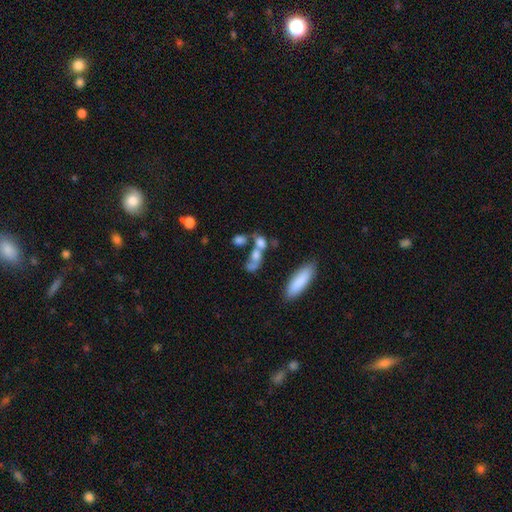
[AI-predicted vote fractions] Smooth or featured?
  - smooth: 64% *
  - featured or disk: 24%
  - star or artifact: 12%
How rounded?
  - in between: 66% *
  - round: 19%
  - cigar-shaped: 15%
Merging?
  - merger: 48% *
  - none: 26%
  - major disturbance: 14%
  - minor disturbance: 12%